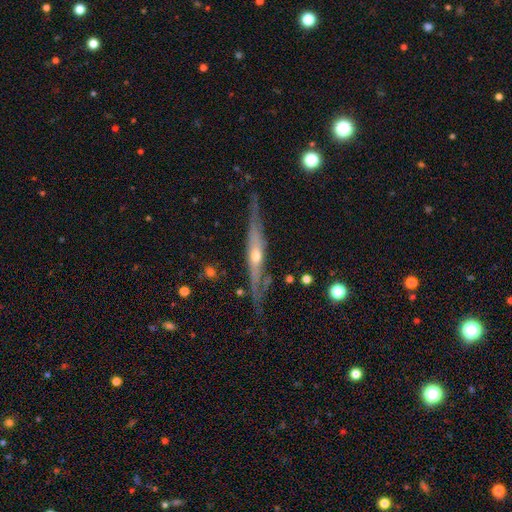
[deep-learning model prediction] Morphology: type=featured or disk (77%); edge-on=yes (91%); edge-on bulge=rounded (79%); merging=none (75%).